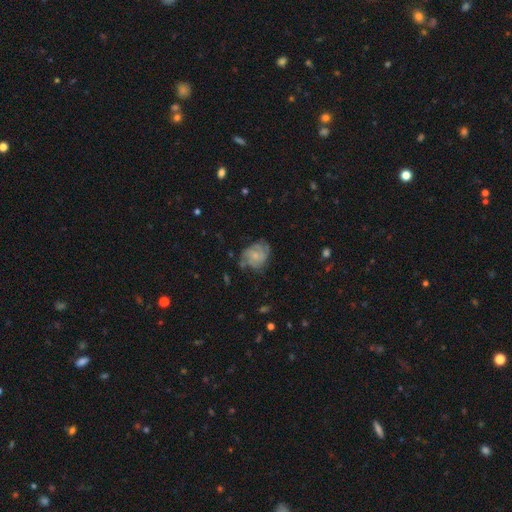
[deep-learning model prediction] smooth-or-featured: featured or disk: 58% | smooth: 33% | star or artifact: 9%
  disk-edge-on: no: 98% | yes: 2%
    bar: no: 68% | weak: 28% | strong: 4%
    has-spiral-arms: yes: 83% | no: 17%
    bulge-size: small: 61% | moderate: 22% | none: 14% | large: 2% | dominant: 1%
  merging: none: 60% | minor disturbance: 25% | major disturbance: 12% | merger: 2%